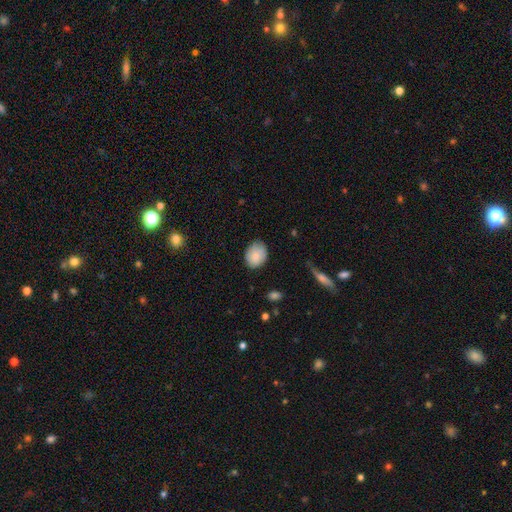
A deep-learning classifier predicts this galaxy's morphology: Smooth or featured?
  - smooth: 81% *
  - featured or disk: 12%
  - star or artifact: 7%
How rounded?
  - in between: 62% *
  - round: 37%
  - cigar-shaped: 1%
Merging?
  - none: 71% *
  - minor disturbance: 23%
  - major disturbance: 4%
  - merger: 1%